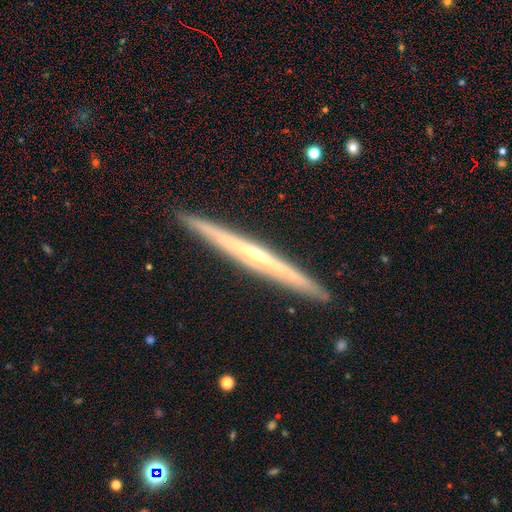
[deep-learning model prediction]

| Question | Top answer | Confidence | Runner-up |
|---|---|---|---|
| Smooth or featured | featured or disk | 78% | smooth (17%) |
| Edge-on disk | yes | 98% | no (2%) |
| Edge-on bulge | rounded | 59% | none (37%) |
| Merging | none | 93% | minor disturbance (5%) |